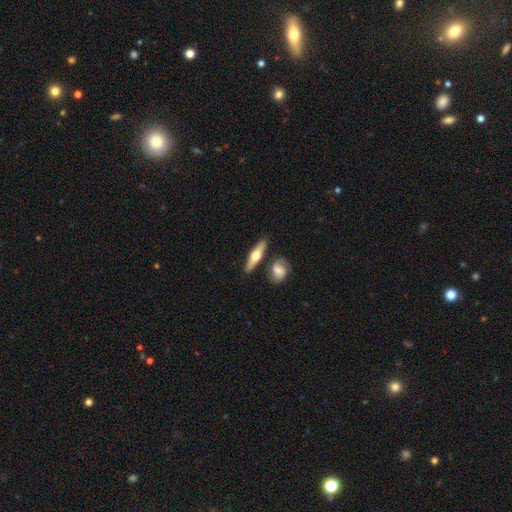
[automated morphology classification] Smooth or featured? Predicted: featured or disk (p=0.54). Edge-on disk? Predicted: yes (p=0.87). Merging? Predicted: none (p=0.79).